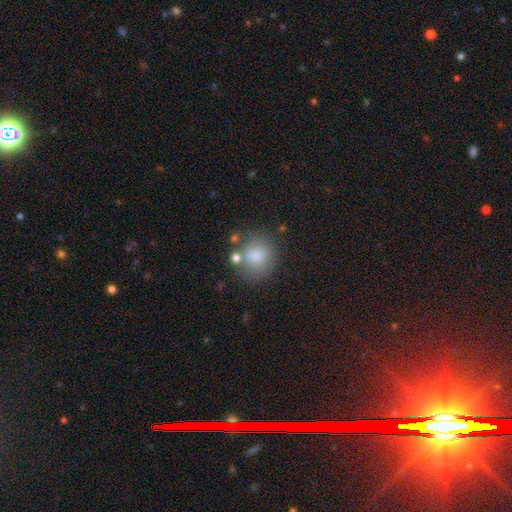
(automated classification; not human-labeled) Smooth or featured: smooth — 81% (star or artifact — 10%)
How rounded: round — 85% (in between — 14%)
Merging: none — 68% (minor disturbance — 15%)